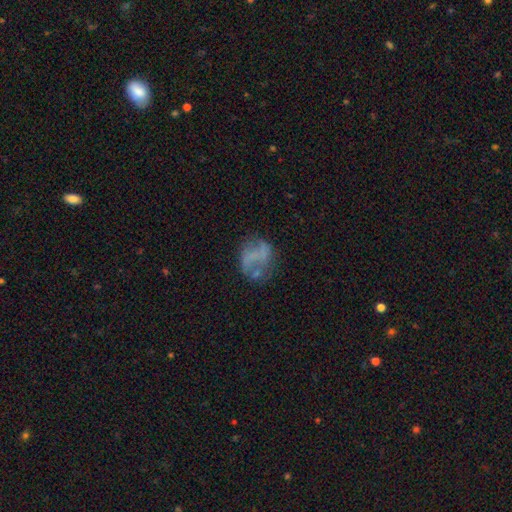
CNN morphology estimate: A featured or disk galaxy (53%) with no bar (64%), no spiral arms (63%) and no central bulge (79%).

Vote fractions:
- Smooth or featured? featured or disk: 53% / smooth: 35% / star or artifact: 13%
- Edge-on disk? no: 97% / yes: 3%
- Bar? no: 64% / weak: 22% / strong: 14%
- Spiral arms? no: 63% / yes: 37%
- Bulge size? none: 79% / small: 11% / moderate: 6% / large: 2% / dominant: 1%
- Merging? none: 50% / minor disturbance: 23% / major disturbance: 20% / merger: 7%